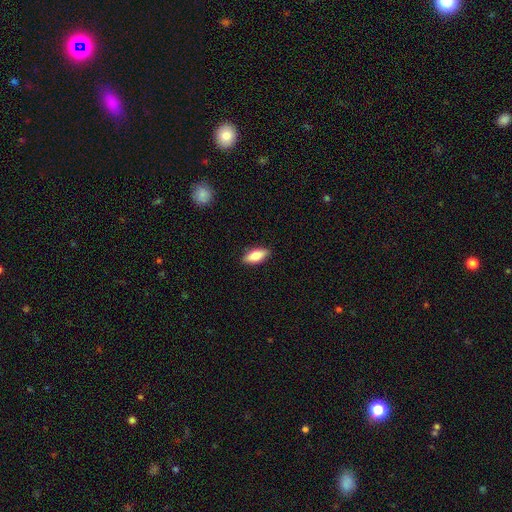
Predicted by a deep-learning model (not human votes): smooth_or_featured: smooth (p=0.81) [alt: featured or disk p=0.13]
how_rounded: in between (p=0.82) [alt: cigar-shaped p=0.16]
merging: none (p=0.89) [alt: minor disturbance p=0.08]